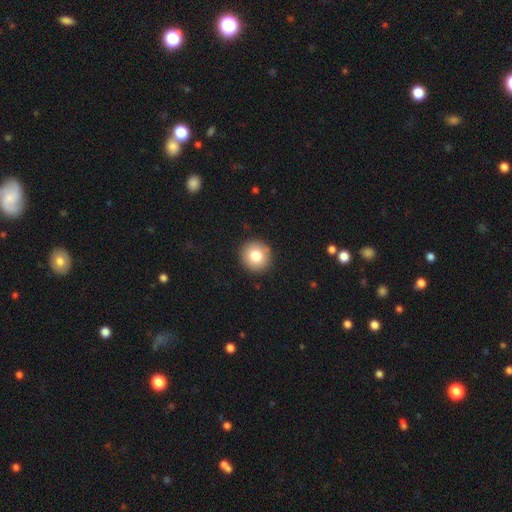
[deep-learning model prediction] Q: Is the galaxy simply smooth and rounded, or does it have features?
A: smooth — 79%.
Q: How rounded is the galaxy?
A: round — 93%.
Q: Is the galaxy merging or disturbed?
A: none — 91%.